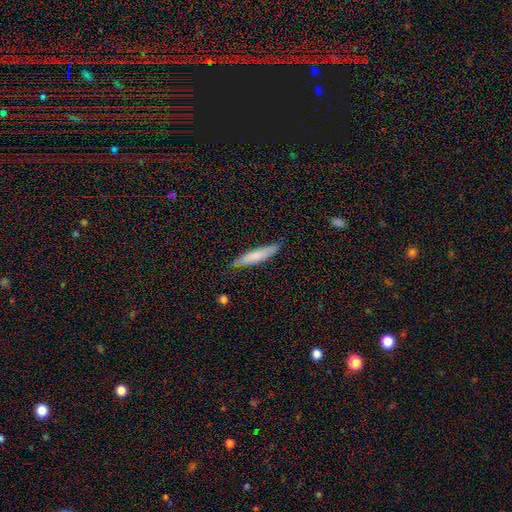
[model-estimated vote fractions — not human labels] smooth_or_featured: smooth (p=0.75) [alt: featured or disk p=0.19]
how_rounded: cigar-shaped (p=0.88) [alt: in between p=0.11]
merging: none (p=0.84) [alt: minor disturbance p=0.13]